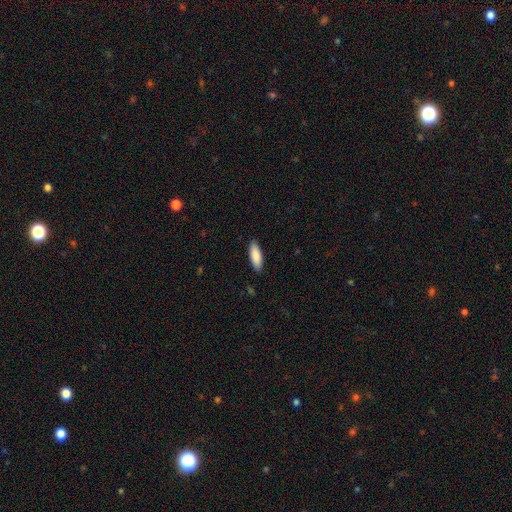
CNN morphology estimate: Smooth or featured? smooth (89%)
How rounded? in between (69%)
Merging? none (89%)